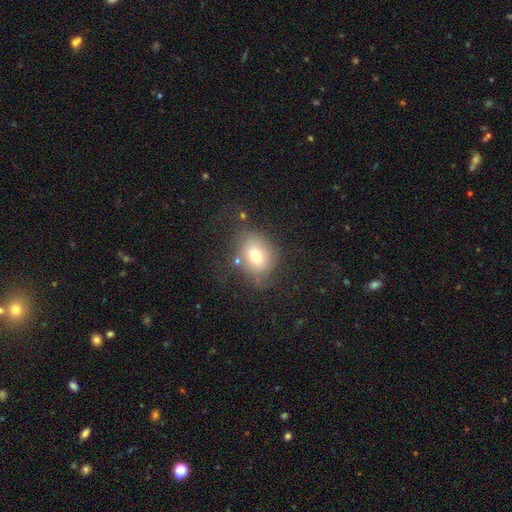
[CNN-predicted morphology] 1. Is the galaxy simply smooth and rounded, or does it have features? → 73% smooth, 16% featured or disk, 12% star or artifact.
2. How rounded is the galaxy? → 57% in between, 42% round, 1% cigar-shaped.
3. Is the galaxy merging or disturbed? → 66% none, 20% minor disturbance, 9% major disturbance, 4% merger.